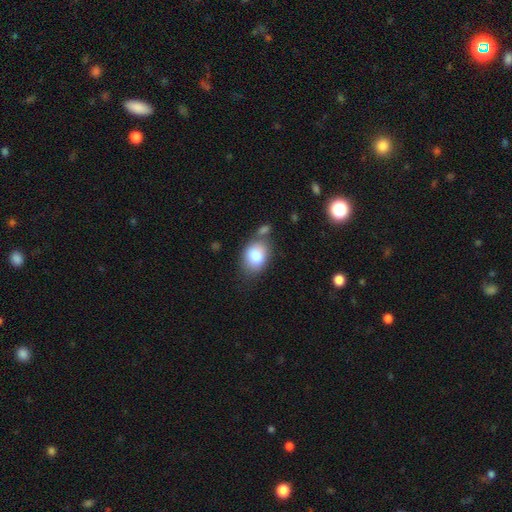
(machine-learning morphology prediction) This appears to be a smooth galaxy with no disk features (85%) that is in between round and cigar-shaped (76%). Merging: none (56%).